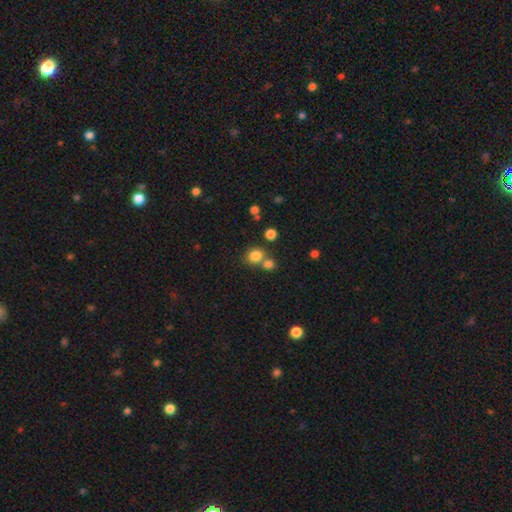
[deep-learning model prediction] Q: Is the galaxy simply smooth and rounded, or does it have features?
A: smooth — 80%.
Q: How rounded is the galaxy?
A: round — 73%.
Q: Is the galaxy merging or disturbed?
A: none — 58%.